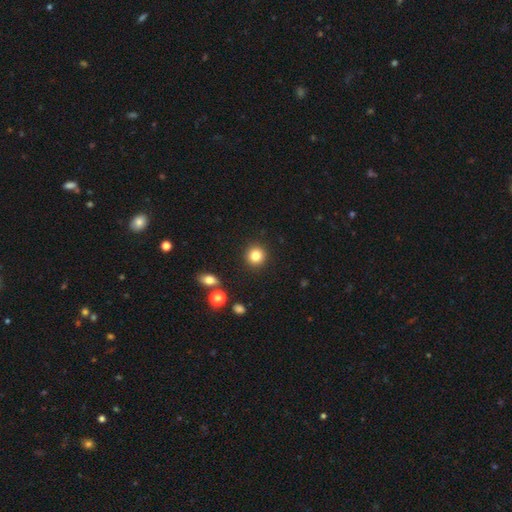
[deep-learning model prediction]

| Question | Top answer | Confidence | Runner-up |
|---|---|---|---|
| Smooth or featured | smooth | 83% | star or artifact (11%) |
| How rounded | round | 92% | in between (7%) |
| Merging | none | 91% | minor disturbance (5%) |